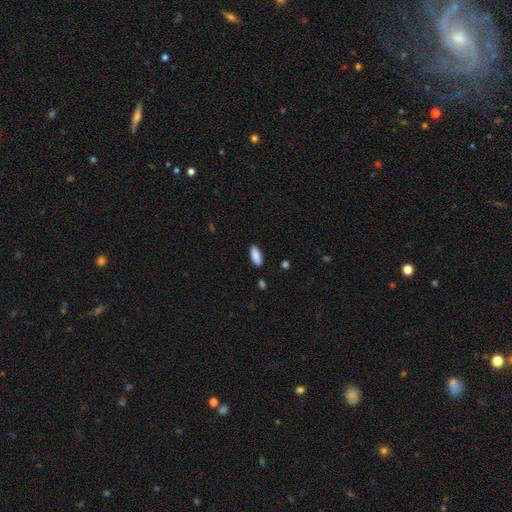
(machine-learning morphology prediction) Overall: smooth (89%). How rounded: in between (78%). Merging: none (87%).